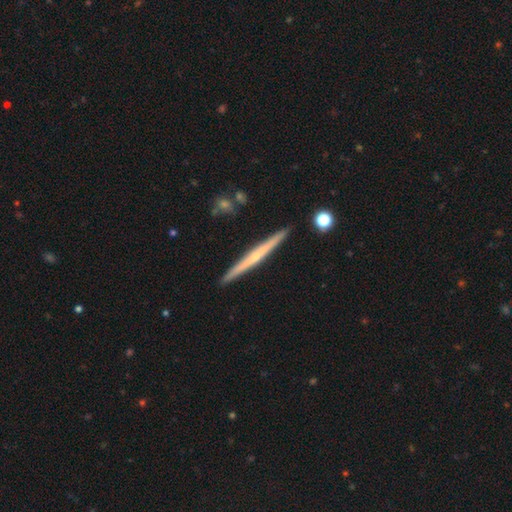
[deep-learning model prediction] Q: Smooth or featured?
A: featured or disk (64%); runner-up: smooth (30%)
Q: Edge-on disk?
A: yes (98%); runner-up: no (2%)
Q: Edge-on bulge?
A: none (52%); runner-up: rounded (44%)
Q: Merging?
A: none (92%); runner-up: minor disturbance (6%)